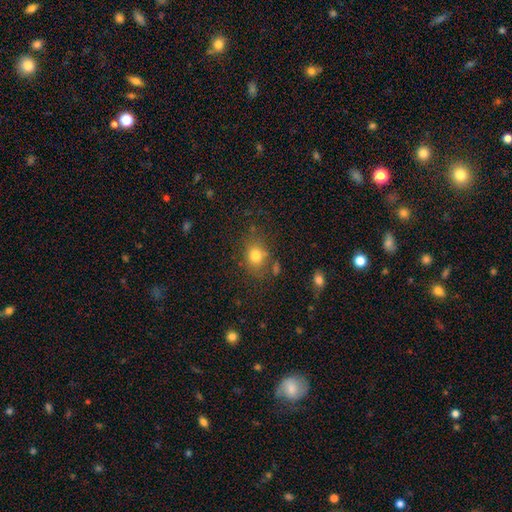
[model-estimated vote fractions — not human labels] smooth-or-featured: smooth: 77% | star or artifact: 13% | featured or disk: 10%
  how-rounded: round: 51% | in between: 48% | cigar-shaped: 1%
  merging: none: 71% | minor disturbance: 17% | major disturbance: 7% | merger: 6%